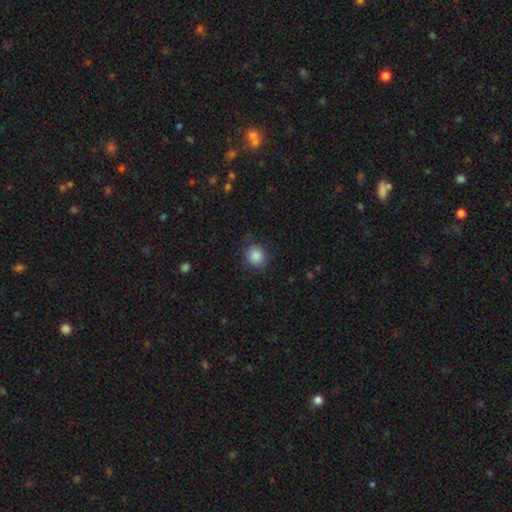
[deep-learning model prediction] Morphology: type=smooth (87%); roundness=round (78%); merging=none (80%).